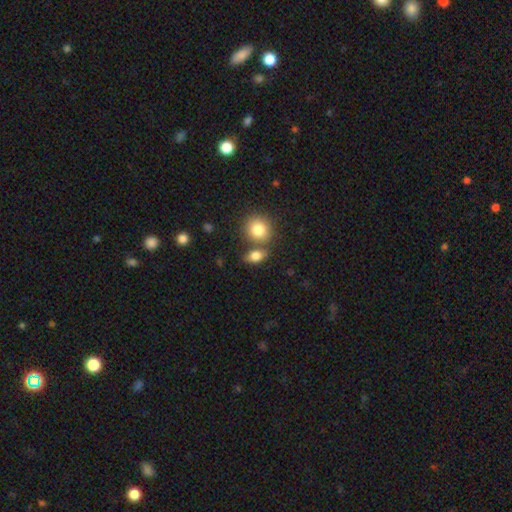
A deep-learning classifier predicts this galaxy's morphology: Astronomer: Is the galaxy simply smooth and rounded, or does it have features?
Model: smooth — 82%.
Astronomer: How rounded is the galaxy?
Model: in between — 70%.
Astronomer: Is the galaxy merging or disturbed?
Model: none — 56%.